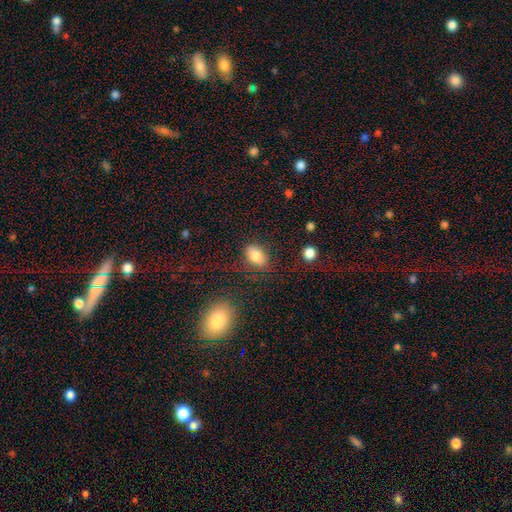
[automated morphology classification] This is clearly a smooth galaxy (83%). How rounded: clearly in between (84%). Merging: likely none (76%).